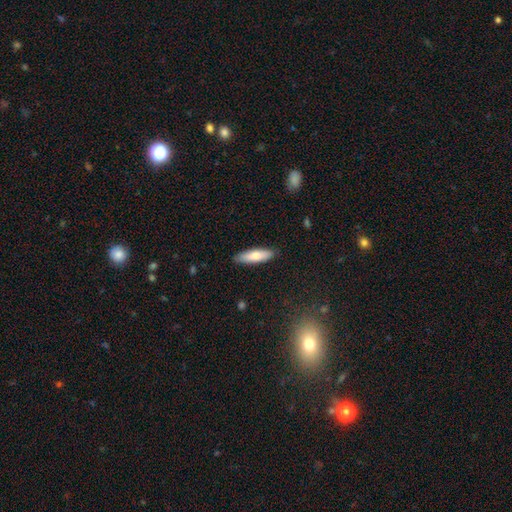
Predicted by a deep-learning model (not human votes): This appears to be a smooth galaxy with no disk features (75%) that is cigar-shaped (62%). Merging: none (88%).